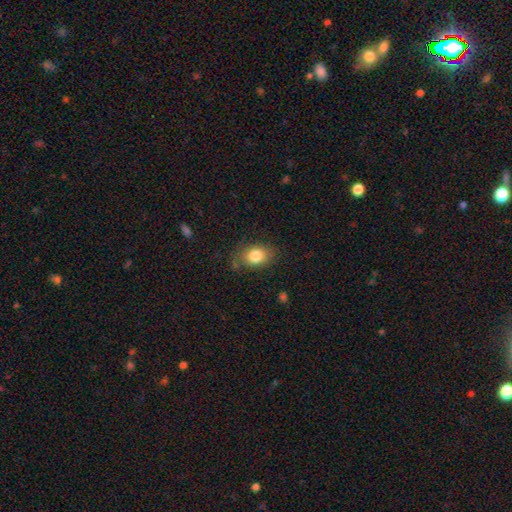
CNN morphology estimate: Overall: smooth (82%). How rounded: in between (73%). Merging: none (73%).